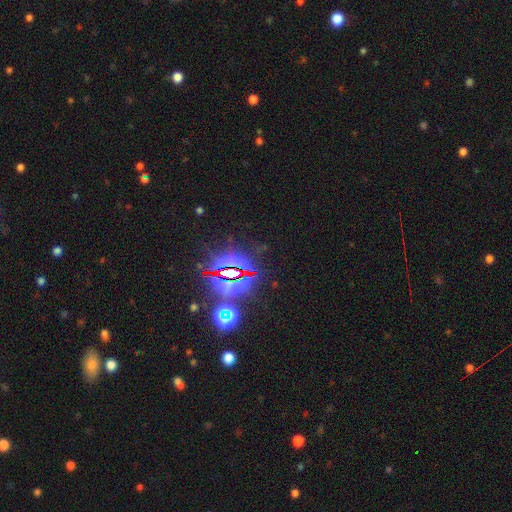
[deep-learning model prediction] The model was most divided on "smooth or featured": star or artifact: 85%, smooth: 8%, featured or disk: 7%.